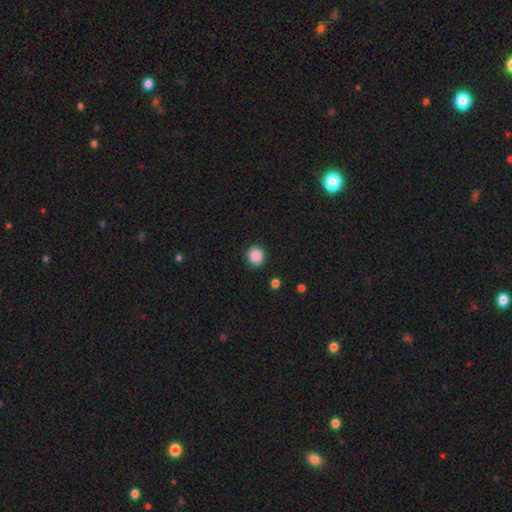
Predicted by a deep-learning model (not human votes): Morphology: type=smooth (88%); roundness=round (86%); merging=none (88%).